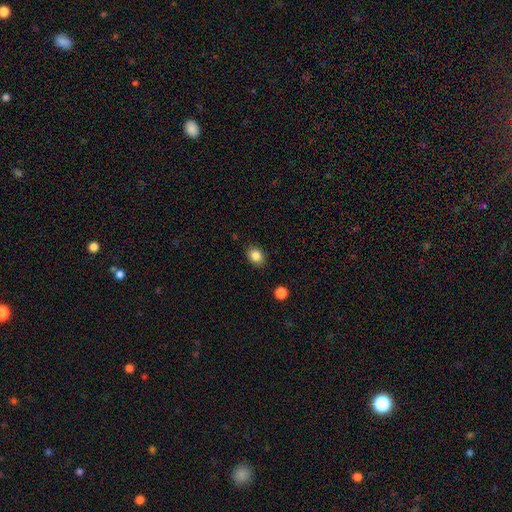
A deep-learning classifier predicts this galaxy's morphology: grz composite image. It shows a smooth galaxy with no disk features (84%) that is in between round and cigar-shaped (59%). Merging: none (87%).